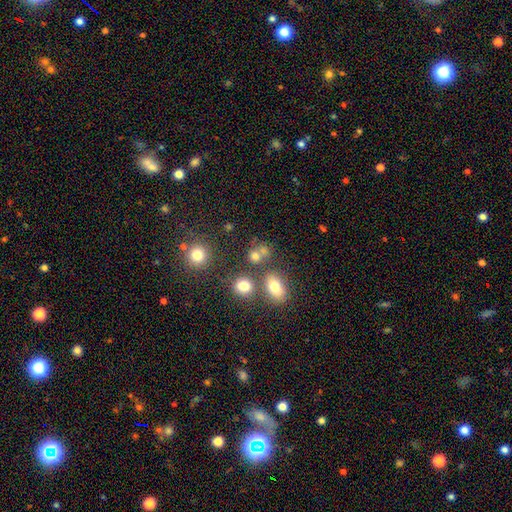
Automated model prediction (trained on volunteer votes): This appears to be a smooth galaxy with no disk features (73%) that is round (68%). Merging: none (58%).